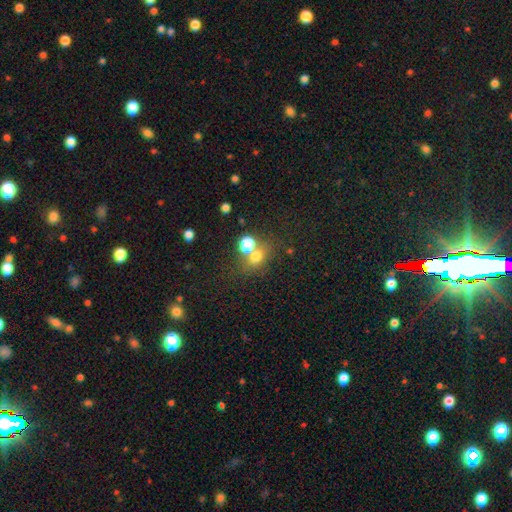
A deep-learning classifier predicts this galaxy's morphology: smooth_or_featured: smooth (p=0.68) [alt: star or artifact p=0.21]
how_rounded: round (p=0.59) [alt: in between p=0.39]
merging: none (p=0.54) [alt: merger p=0.29]